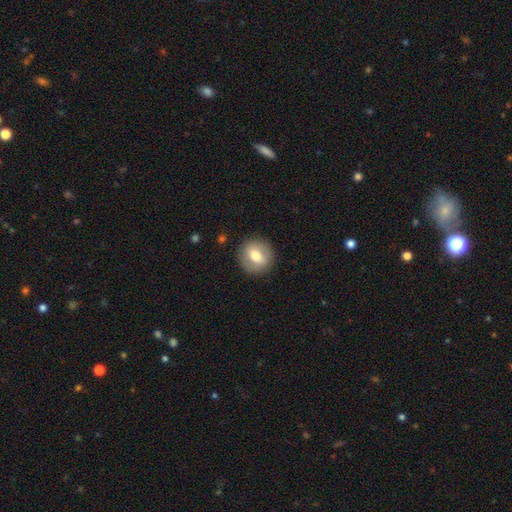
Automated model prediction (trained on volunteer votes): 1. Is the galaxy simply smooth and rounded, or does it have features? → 67% smooth, 25% featured or disk, 8% star or artifact.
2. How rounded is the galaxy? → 84% round, 15% in between, 1% cigar-shaped.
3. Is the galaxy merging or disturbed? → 87% none, 8% minor disturbance, 3% major disturbance, 1% merger.